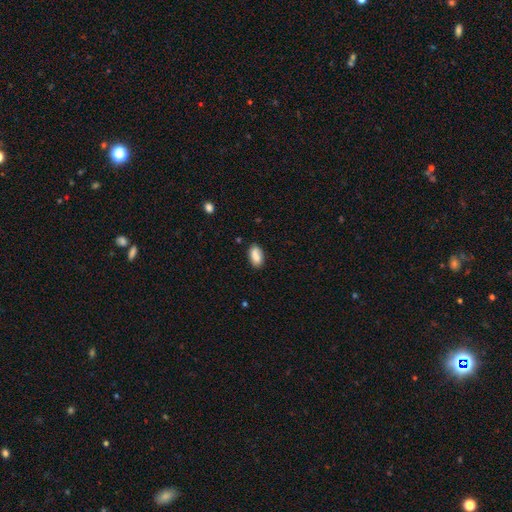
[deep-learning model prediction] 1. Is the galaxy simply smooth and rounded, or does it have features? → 83% smooth, 10% featured or disk, 7% star or artifact.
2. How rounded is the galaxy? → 91% in between, 5% round, 4% cigar-shaped.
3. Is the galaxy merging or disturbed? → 79% none, 15% minor disturbance, 3% merger, 3% major disturbance.